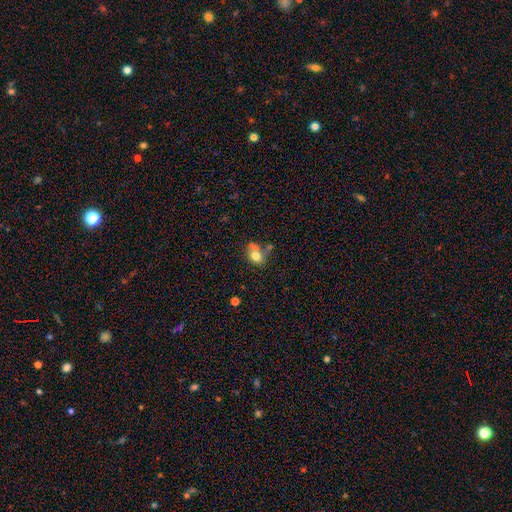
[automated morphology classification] Q: Smooth or featured?
A: smooth (75%); runner-up: featured or disk (14%)
Q: How rounded?
A: in between (52%); runner-up: round (47%)
Q: Merging?
A: none (41%); runner-up: merger (29%)